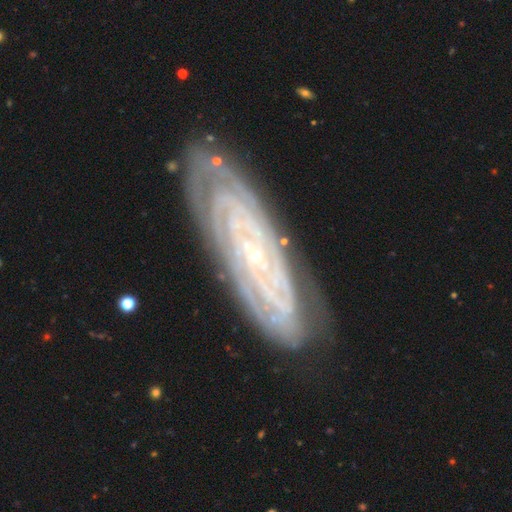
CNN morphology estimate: Overall: featured or disk (87%). Edge-on disk: no (87%). Bar: no (70%). Spiral arms: yes (96%). Spiral arm count: can't tell (40%; 2 17%). Spiral winding: tight (84%). Bulge size: small (87%). Merging: none (81%).